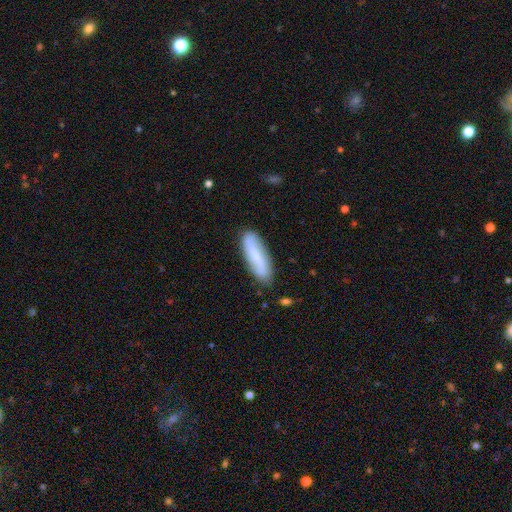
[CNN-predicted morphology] type=smooth (61%); roundness=cigar-shaped (57%); merging=none (83%).